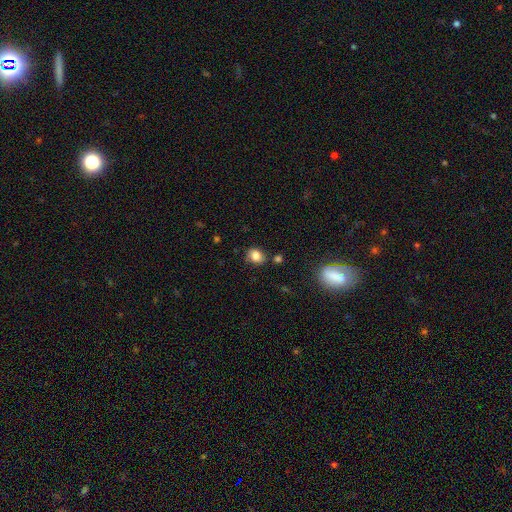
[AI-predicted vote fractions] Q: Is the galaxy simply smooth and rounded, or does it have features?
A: smooth — 80%.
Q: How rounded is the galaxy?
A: round — 57%.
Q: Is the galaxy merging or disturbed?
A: none — 72%.